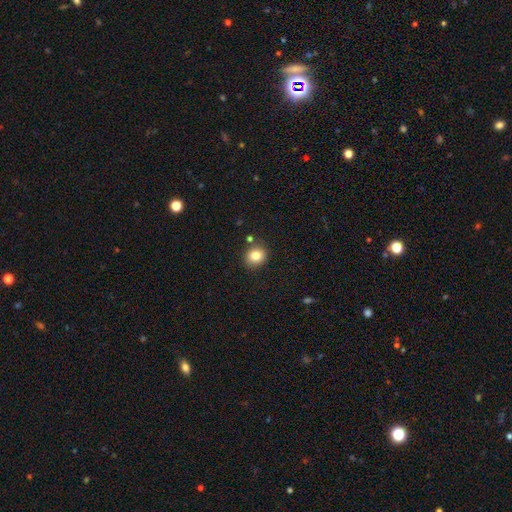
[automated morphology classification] A smooth galaxy with no disk features (82%) that is round (78%). Merging: none (84%).